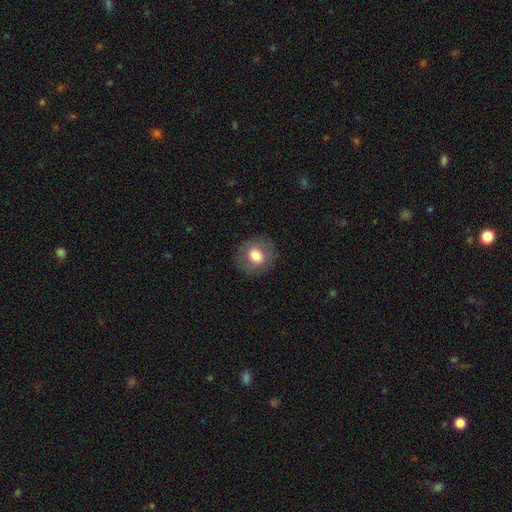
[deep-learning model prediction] smooth-or-featured: smooth: 72% | featured or disk: 20% | star or artifact: 9%
  how-rounded: round: 77% | in between: 22% | cigar-shaped: 1%
  merging: none: 85% | minor disturbance: 10% | major disturbance: 4% | merger: 1%